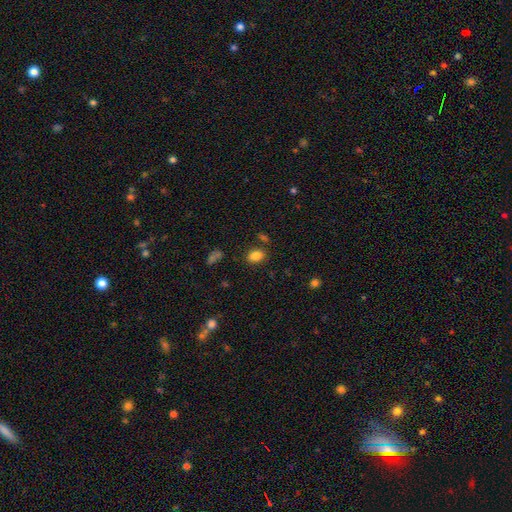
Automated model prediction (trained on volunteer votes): This appears to be a smooth galaxy with no disk features (83%) that is in between round and cigar-shaped (72%). Merging: none (80%).